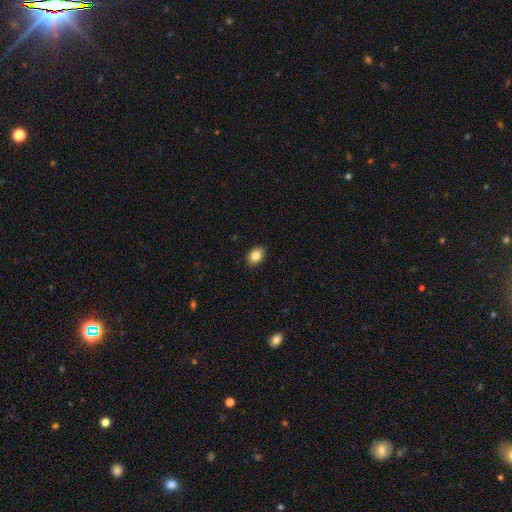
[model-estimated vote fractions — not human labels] Overall: smooth (85%). How rounded: in between (73%). Merging: none (90%).